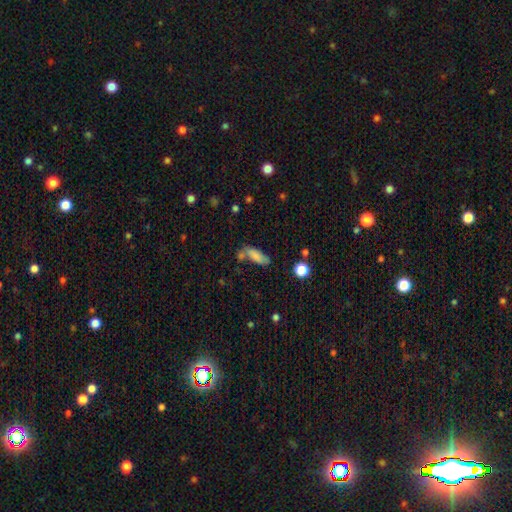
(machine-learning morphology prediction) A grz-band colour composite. It shows a smooth galaxy with no disk features (76%) that is in between round and cigar-shaped (68%). Merging: none (51%).